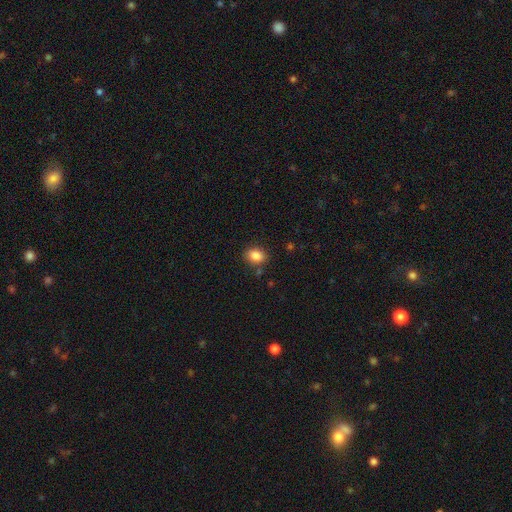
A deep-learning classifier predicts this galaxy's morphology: The model was most divided on "how rounded": in between: 73%, round: 26%, cigar-shaped: 1%. More confident: smooth or featured — smooth (87%); merging — none (83%).